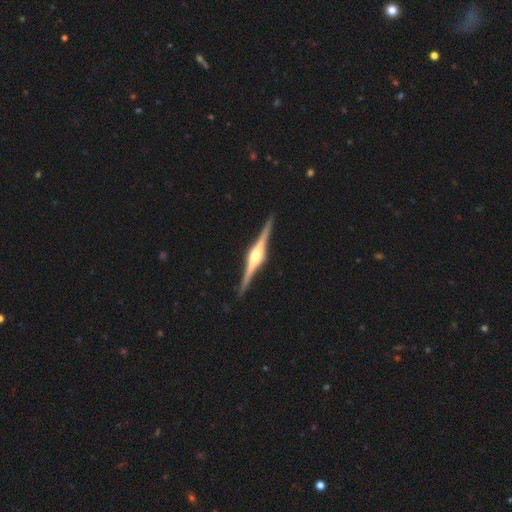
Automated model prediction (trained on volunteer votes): The model was most divided on "smooth or featured": featured or disk: 88%, smooth: 7%, star or artifact: 4%. More confident: edge-on disk — yes (99%); merging — none (92%); edge-on bulge — rounded (90%).